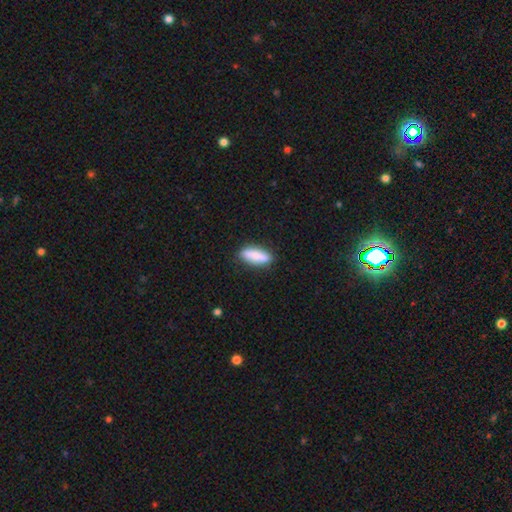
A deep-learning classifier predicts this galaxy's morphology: This is clearly a smooth galaxy (85%). How rounded: possibly in between (55%). Merging: clearly none (84%).